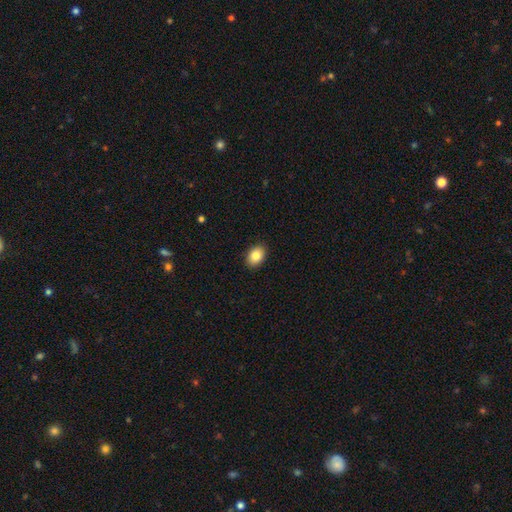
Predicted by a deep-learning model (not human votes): Smooth or featured? Predicted: smooth (p=0.85). How rounded? Predicted: in between (p=0.80). Merging? Predicted: none (p=0.91).